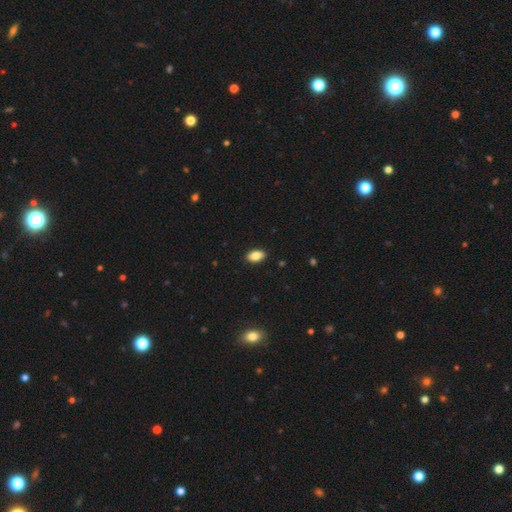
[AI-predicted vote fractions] smooth-or-featured: smooth: 84% | featured or disk: 8% | star or artifact: 8%
  how-rounded: in between: 92% | round: 5% | cigar-shaped: 4%
  merging: none: 89% | minor disturbance: 8% | major disturbance: 2% | merger: 1%